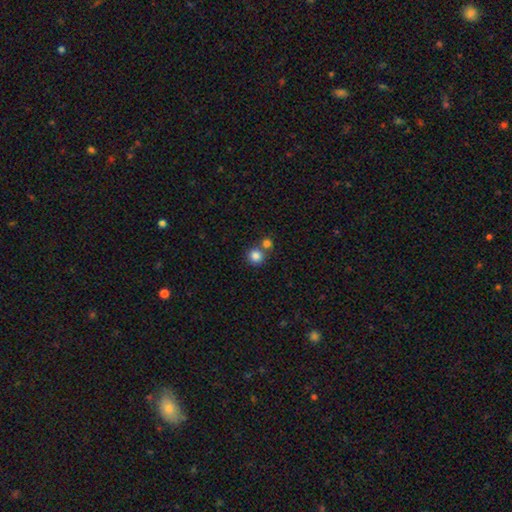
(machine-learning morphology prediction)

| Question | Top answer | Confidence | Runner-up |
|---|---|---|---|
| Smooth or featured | smooth | 83% | star or artifact (11%) |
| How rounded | round | 92% | in between (7%) |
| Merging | none | 61% | merger (30%) |